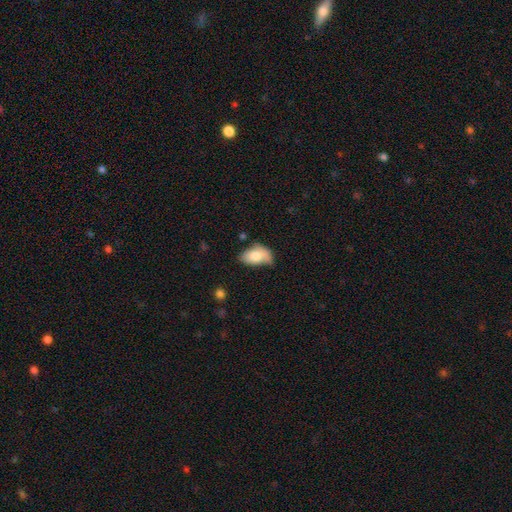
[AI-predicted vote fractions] Smooth or featured?
  - smooth: 75% *
  - featured or disk: 17%
  - star or artifact: 7%
How rounded?
  - in between: 90% *
  - round: 8%
  - cigar-shaped: 2%
Merging?
  - minor disturbance: 43% *
  - none: 35%
  - major disturbance: 15%
  - merger: 7%